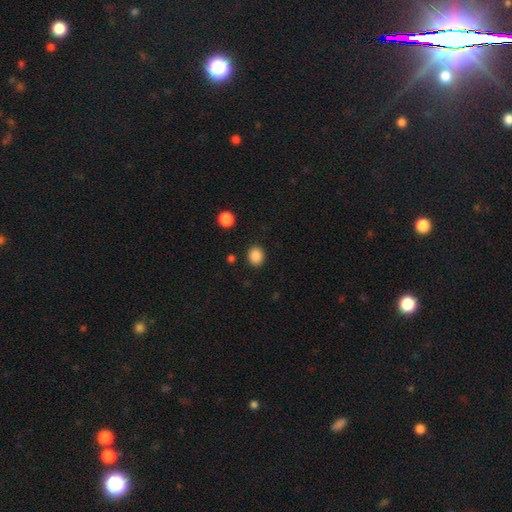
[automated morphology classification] smooth_or_featured: smooth (p=0.87) [alt: star or artifact p=0.10]
how_rounded: round (p=0.72) [alt: in between p=0.27]
merging: none (p=0.89) [alt: minor disturbance p=0.07]